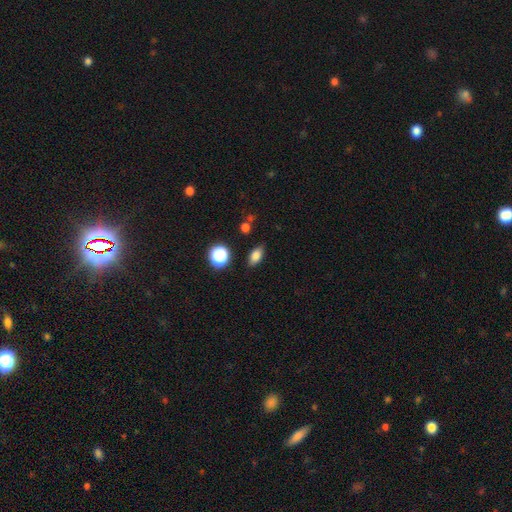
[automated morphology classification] smooth_or_featured: smooth (p=0.80) [alt: star or artifact p=0.12]
how_rounded: in between (p=0.82) [alt: round p=0.12]
merging: none (p=0.83) [alt: minor disturbance p=0.12]